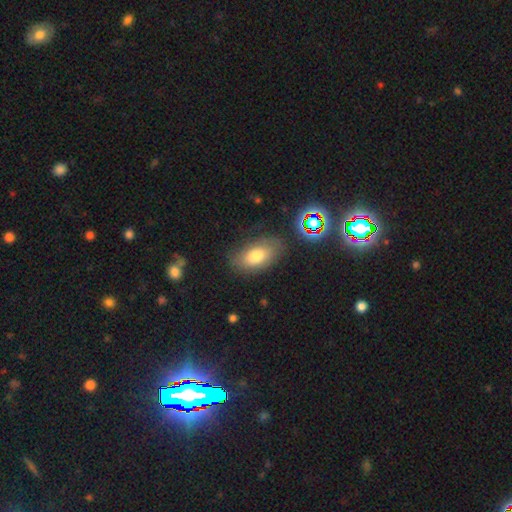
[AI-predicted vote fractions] Smooth or featured: smooth — 71% (featured or disk — 17%)
How rounded: in between — 89% (round — 8%)
Merging: none — 77% (minor disturbance — 15%)